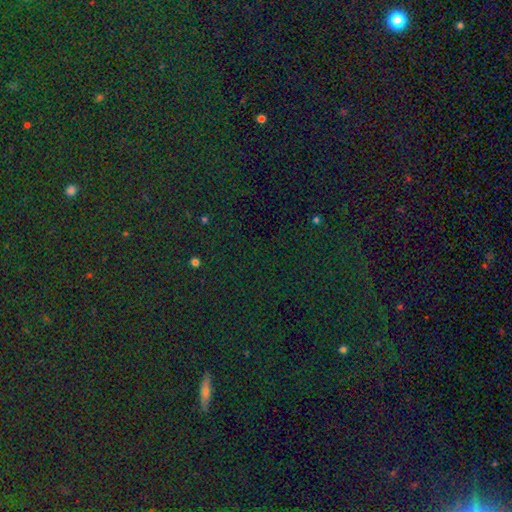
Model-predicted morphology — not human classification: type=star or artifact (76%).